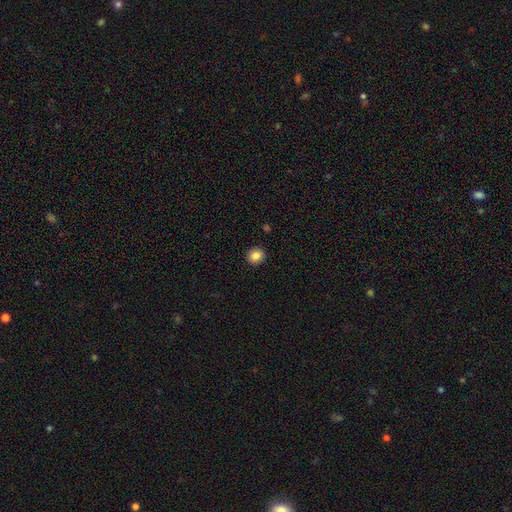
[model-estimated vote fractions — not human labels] This appears to be a smooth galaxy with no disk features (86%) that is round (85%). Merging: none (92%).